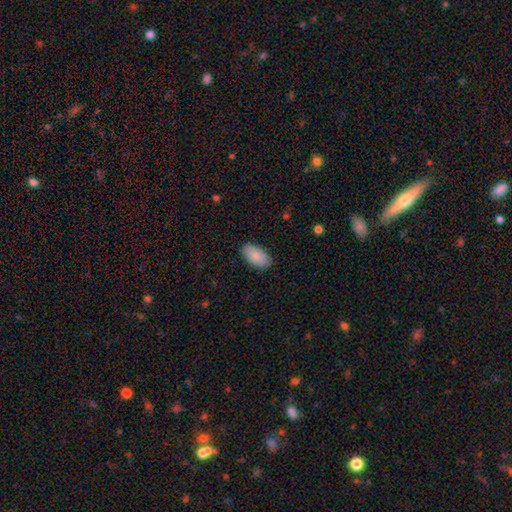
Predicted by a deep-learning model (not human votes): Overall: smooth (87%). How rounded: in between (95%). Merging: none (85%).